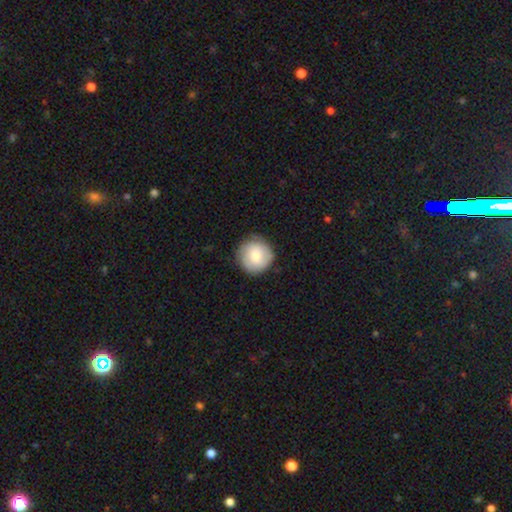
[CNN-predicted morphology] smooth 73%, featured or disk 21%, star or artifact 6%. Down the decision tree: how rounded — round (95%); merging — none (84%).